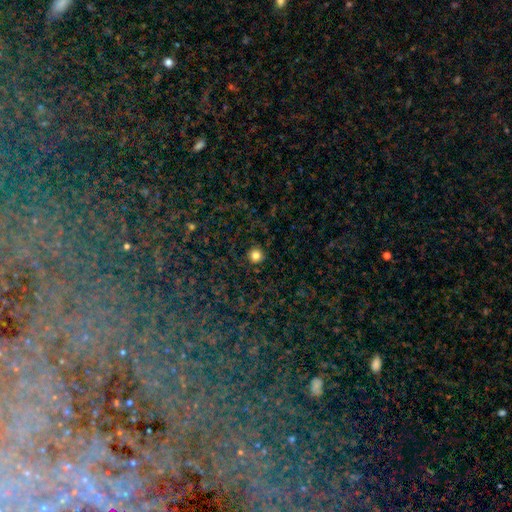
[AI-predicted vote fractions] A smooth galaxy with no disk features (61%) that is round (88%).

Vote fractions:
- Smooth or featured? smooth: 61% / star or artifact: 31% / featured or disk: 9%
- How rounded? round: 88% / in between: 10% / cigar-shaped: 2%
- Merging? none: 84% / minor disturbance: 9% / major disturbance: 5% / merger: 2%